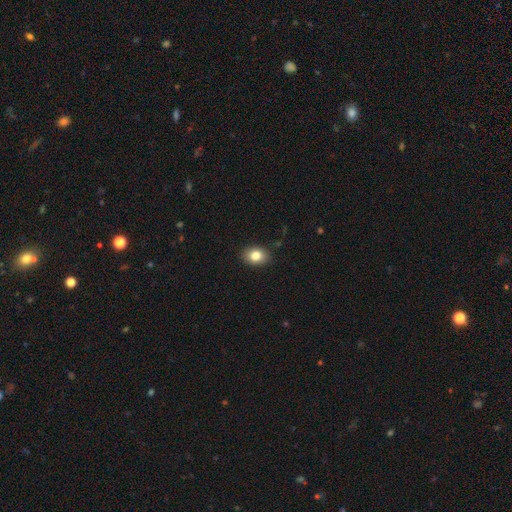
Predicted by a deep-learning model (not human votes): This appears to be a smooth galaxy with no disk features (82%) that is in between round and cigar-shaped (73%). Merging: none (88%).